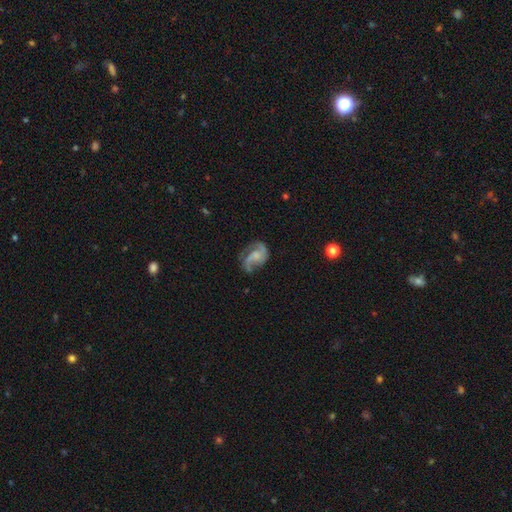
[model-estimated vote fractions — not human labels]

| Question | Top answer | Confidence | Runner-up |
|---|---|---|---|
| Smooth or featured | featured or disk | 77% | smooth (16%) |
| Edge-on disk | no | 98% | yes (2%) |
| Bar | no | 61% | weak (32%) |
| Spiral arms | yes | 93% | no (7%) |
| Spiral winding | medium | 45% | loose (41%) |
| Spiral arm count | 2 | 78% | 1 (7%) |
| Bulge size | none | 37% | small (34%) |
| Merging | none | 53% | minor disturbance (23%) |